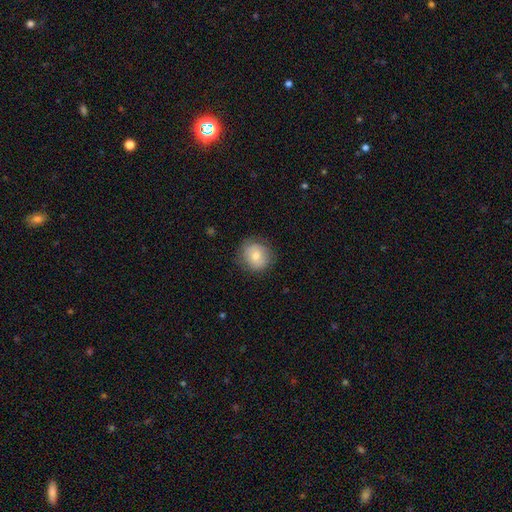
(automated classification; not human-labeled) smooth_or_featured: smooth (p=0.73) [alt: featured or disk p=0.19]
how_rounded: round (p=0.86) [alt: in between p=0.13]
merging: none (p=0.81) [alt: minor disturbance p=0.14]